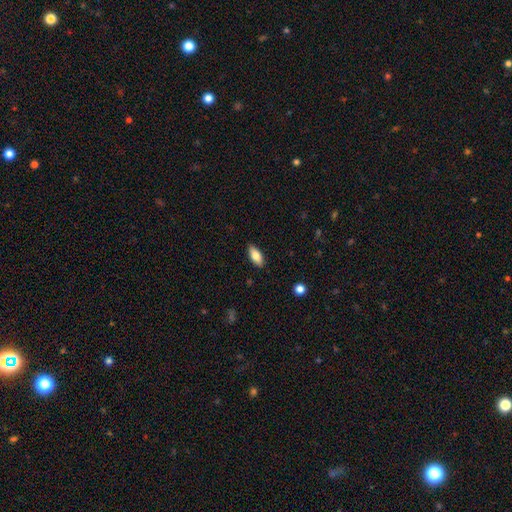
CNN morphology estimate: smooth 80%, featured or disk 14%, star or artifact 7%. Down the decision tree: how rounded — in between (85%); merging — none (88%).